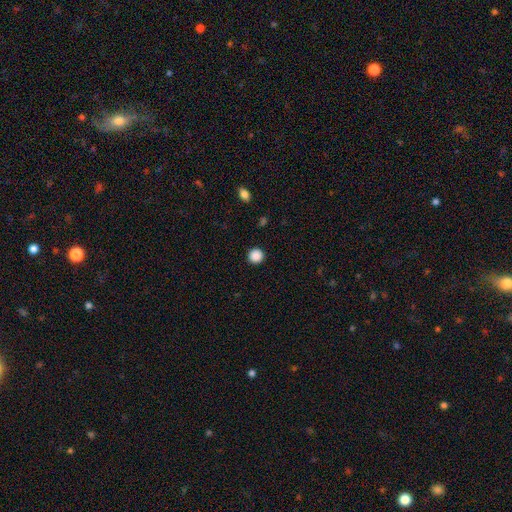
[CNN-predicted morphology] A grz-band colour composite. It shows a smooth galaxy with no disk features (88%) that is round (95%). Merging: none (92%).